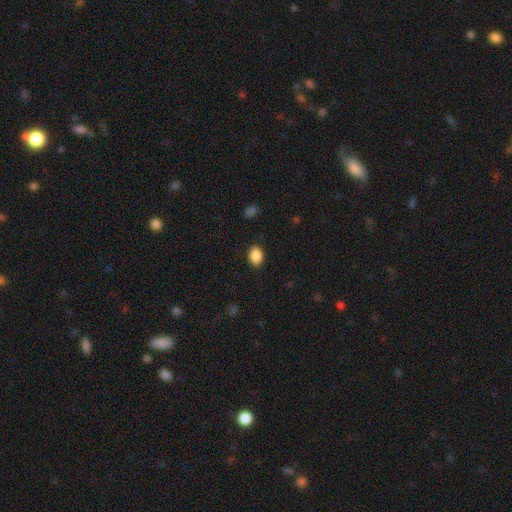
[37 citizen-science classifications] smooth-or-featured: smooth: 95% | star or artifact: 5% | featured or disk: 0%
  how-rounded: in between: 74% | round: 23% | cigar-shaped: 3%
  merging: none: 91% | major disturbance: 6% | merger: 3% | minor disturbance: 0%